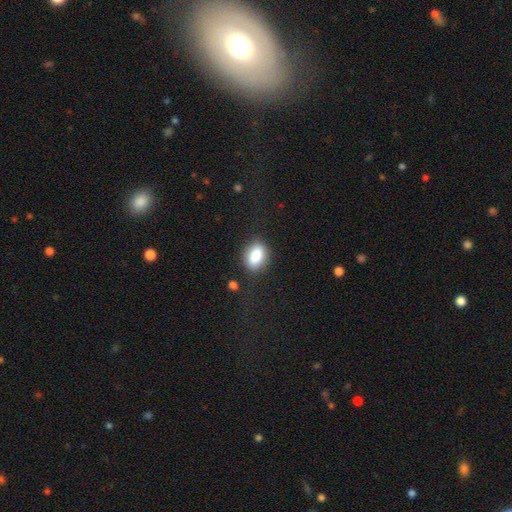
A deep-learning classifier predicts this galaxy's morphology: Q: Smooth or featured?
A: smooth (85%); runner-up: star or artifact (8%)
Q: How rounded?
A: in between (82%); runner-up: round (16%)
Q: Merging?
A: none (82%); runner-up: minor disturbance (12%)